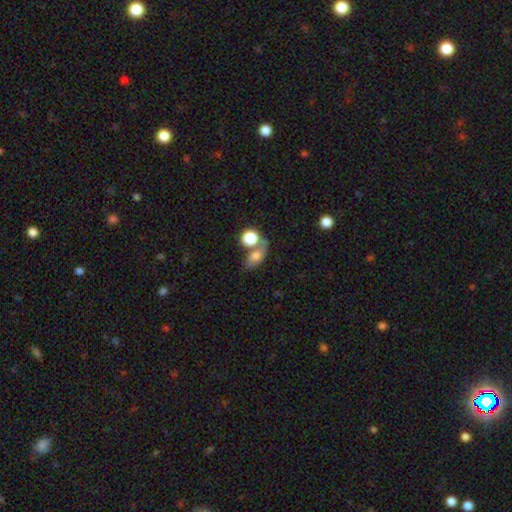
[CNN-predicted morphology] Smooth or featured? smooth (70%)
How rounded? in between (71%)
Merging? merger (40%)